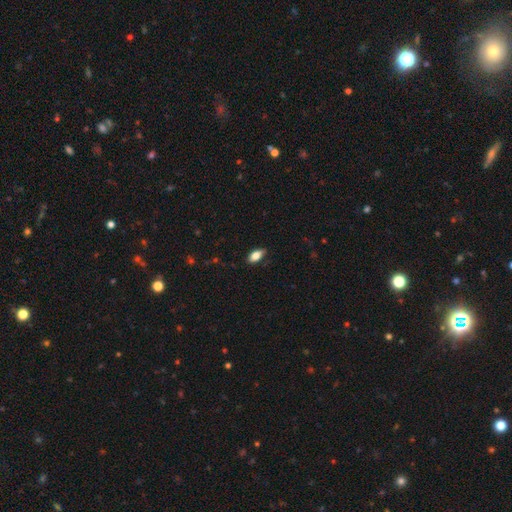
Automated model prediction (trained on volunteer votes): Smooth or featured?
  - smooth: 80% *
  - featured or disk: 12%
  - star or artifact: 8%
How rounded?
  - in between: 88% *
  - cigar-shaped: 8%
  - round: 4%
Merging?
  - none: 83% *
  - minor disturbance: 13%
  - major disturbance: 2%
  - merger: 1%